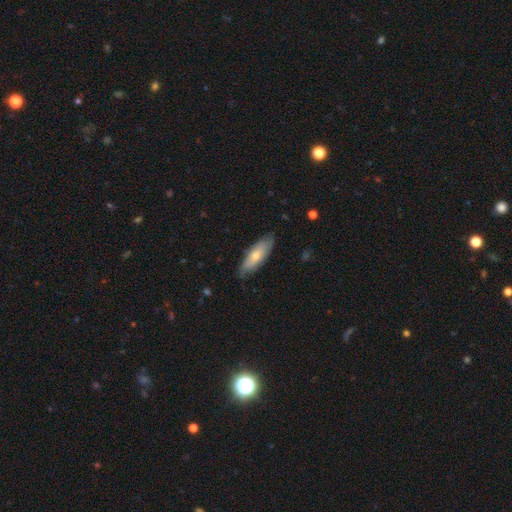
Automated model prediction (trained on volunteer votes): A smooth galaxy with no disk features (64%) that is in between round and cigar-shaped (57%).

Vote fractions:
- Smooth or featured? smooth: 64% / featured or disk: 31% / star or artifact: 6%
- How rounded? in between: 57% / cigar-shaped: 41% / round: 2%
- Merging? none: 79% / minor disturbance: 17% / major disturbance: 3% / merger: 1%